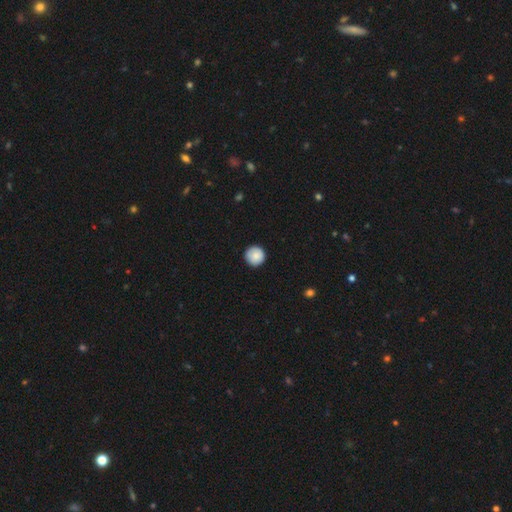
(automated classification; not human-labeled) smooth-or-featured: smooth: 84% | featured or disk: 8% | star or artifact: 7%
  how-rounded: round: 96% | in between: 3% | cigar-shaped: 1%
  merging: none: 90% | minor disturbance: 8% | major disturbance: 2% | merger: 1%